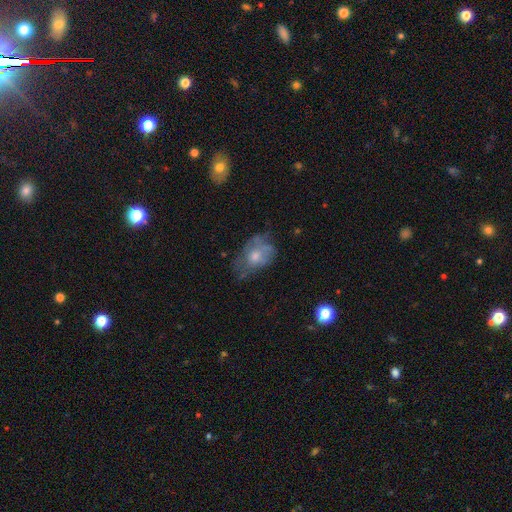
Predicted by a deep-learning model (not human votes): Smooth or featured: featured or disk — 46% (smooth — 42%)
Merging: none — 46% (minor disturbance — 29%)